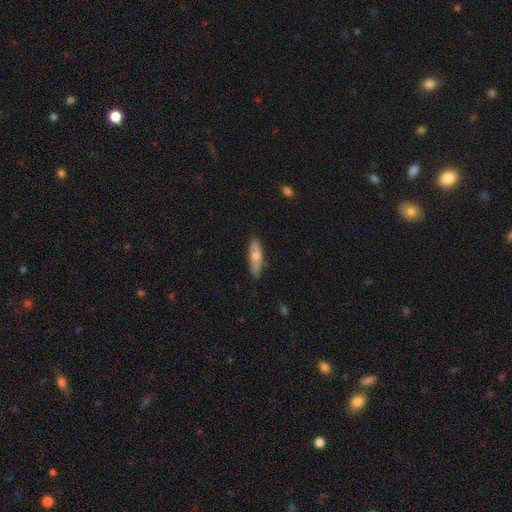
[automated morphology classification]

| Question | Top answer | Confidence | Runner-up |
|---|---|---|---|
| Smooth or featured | smooth | 57% | featured or disk (36%) |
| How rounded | cigar-shaped | 68% | in between (30%) |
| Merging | none | 82% | minor disturbance (14%) |